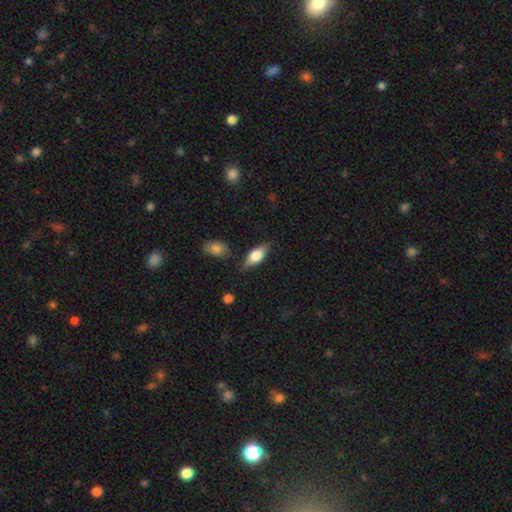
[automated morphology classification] This is likely a smooth galaxy (67%). How rounded: clearly in between (82%). Merging: likely none (75%).